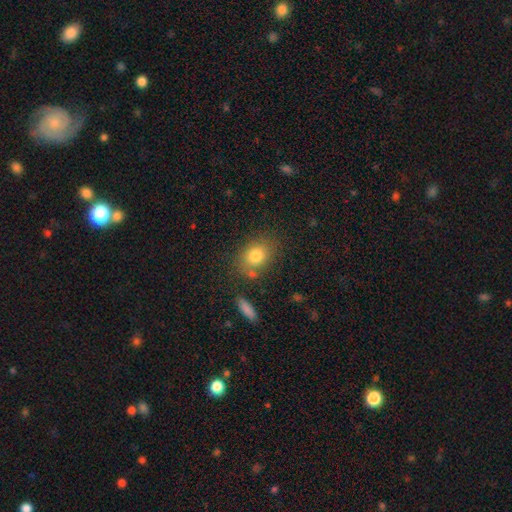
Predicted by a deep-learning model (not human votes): Q: Smooth or featured?
A: smooth (80%); runner-up: featured or disk (10%)
Q: How rounded?
A: in between (58%); runner-up: round (40%)
Q: Merging?
A: none (70%); runner-up: minor disturbance (15%)